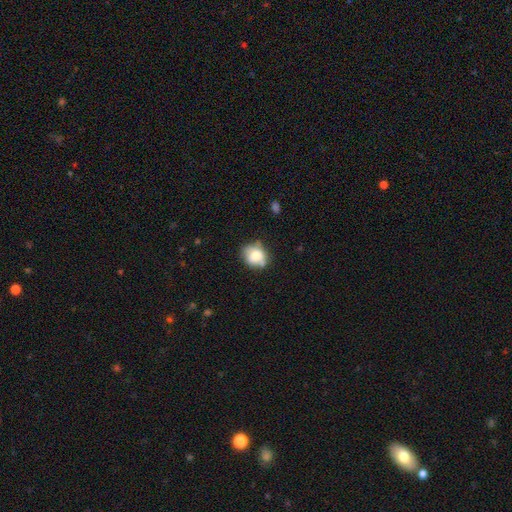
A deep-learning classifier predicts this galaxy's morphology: Smooth or featured?
  - smooth: 72% *
  - featured or disk: 18%
  - star or artifact: 10%
How rounded?
  - round: 64% *
  - in between: 35%
  - cigar-shaped: 1%
Merging?
  - none: 58% *
  - minor disturbance: 25%
  - merger: 10%
  - major disturbance: 7%